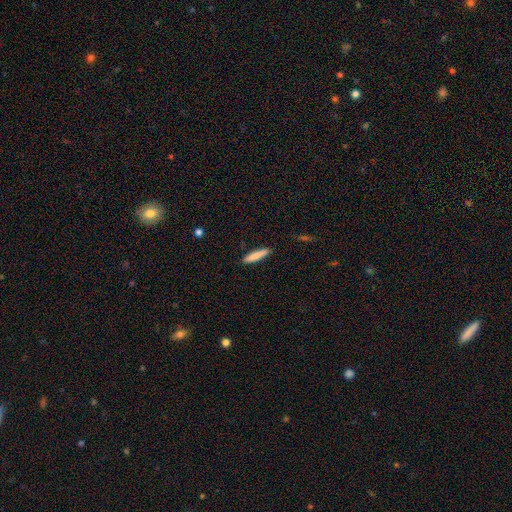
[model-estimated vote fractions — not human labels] Smooth or featured? smooth (83%)
How rounded? cigar-shaped (88%)
Merging? none (90%)